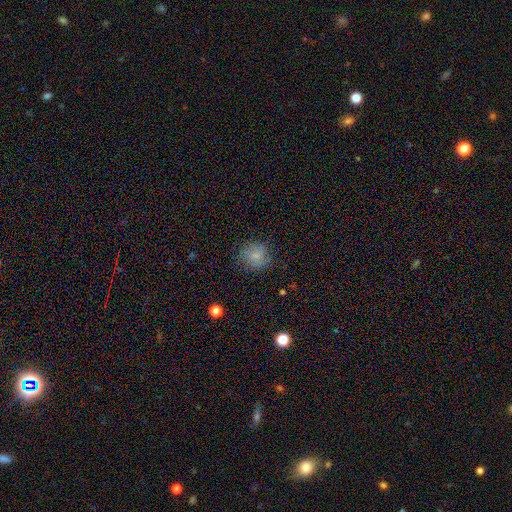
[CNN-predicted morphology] This appears to be a smooth galaxy with no disk features (79%) that is round (85%). Merging: none (78%).